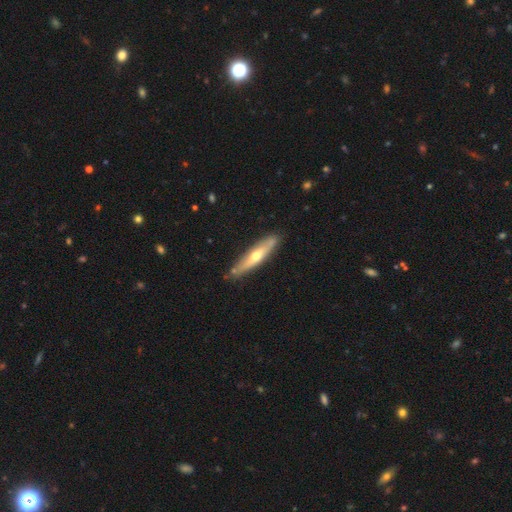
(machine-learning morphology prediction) smooth_or_featured: featured or disk (p=0.58) [alt: smooth p=0.37]
disk_edge_on: yes (p=0.81) [alt: no p=0.19]
merging: none (p=0.81) [alt: minor disturbance p=0.14]